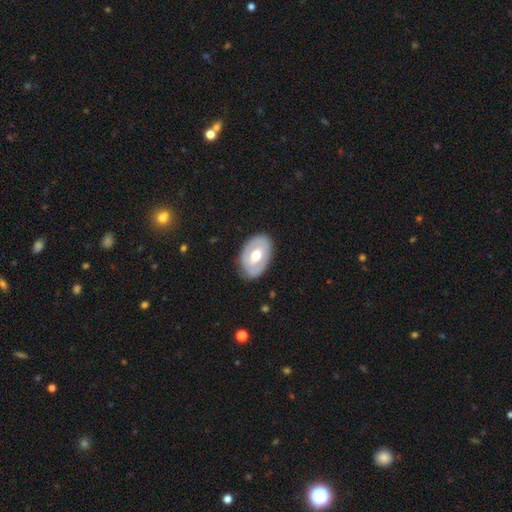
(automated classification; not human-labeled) Overall: featured or disk (51%; smooth 44%). Edge-on disk: no (90%). Merging: none (83%).